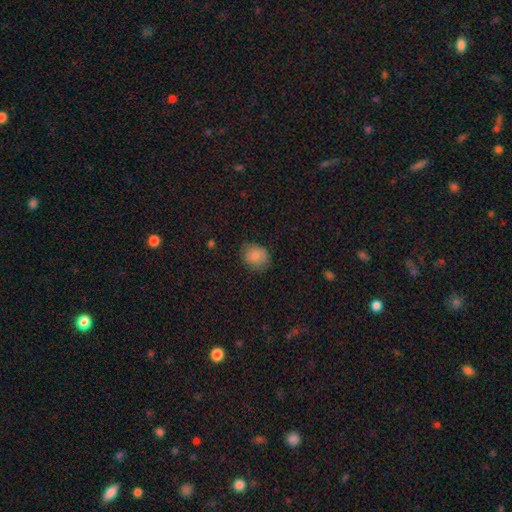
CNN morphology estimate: This is clearly a smooth galaxy (82%). How rounded: likely round (71%). Merging: likely none (74%).